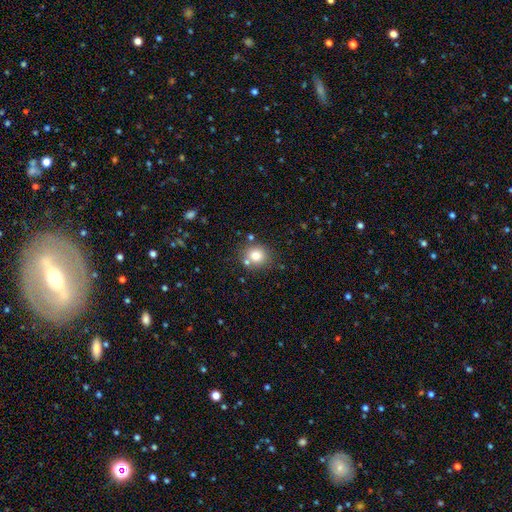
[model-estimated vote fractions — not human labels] Q: Smooth or featured?
A: smooth (78%); runner-up: star or artifact (12%)
Q: How rounded?
A: round (82%); runner-up: in between (17%)
Q: Merging?
A: none (73%); runner-up: merger (13%)